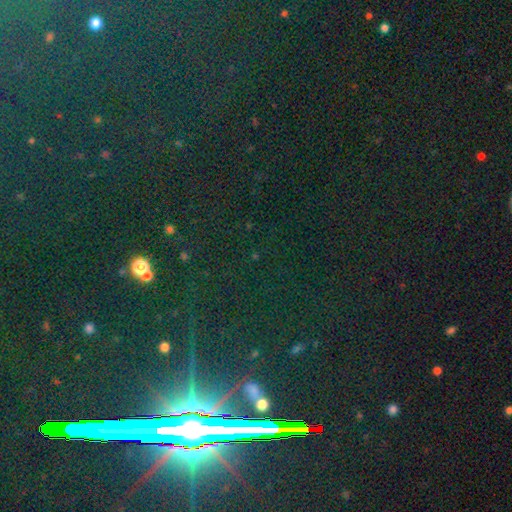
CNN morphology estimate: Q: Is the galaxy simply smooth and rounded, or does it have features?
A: star or artifact — 80%.